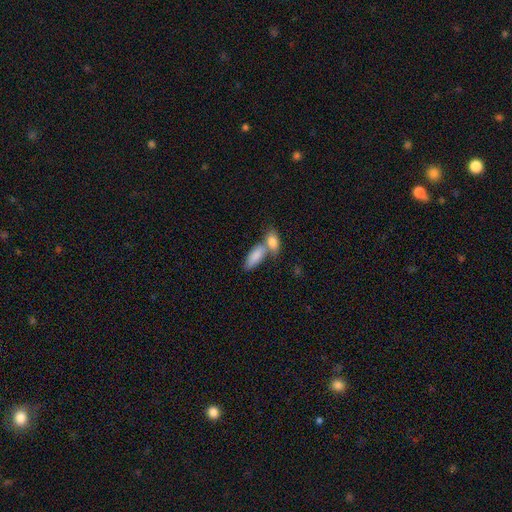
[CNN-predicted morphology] This appears to be a smooth galaxy with no disk features (84%) that is in between round and cigar-shaped (80%). Merging: merger (58%).